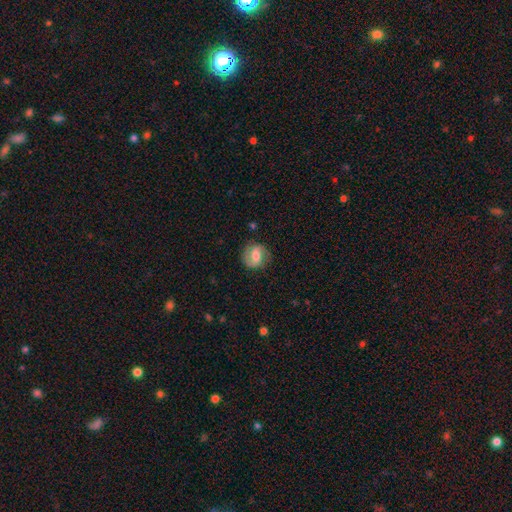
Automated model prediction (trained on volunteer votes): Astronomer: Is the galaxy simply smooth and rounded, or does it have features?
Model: featured or disk — 56% (runner-up: smooth, 37%).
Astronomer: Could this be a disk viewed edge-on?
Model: no — 97%.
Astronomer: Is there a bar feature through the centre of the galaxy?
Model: weak — 47% (runner-up: no, 28%).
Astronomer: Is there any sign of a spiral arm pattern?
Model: yes — 84%.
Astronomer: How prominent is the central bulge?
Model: moderate — 65%.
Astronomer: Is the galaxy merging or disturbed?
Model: none — 80%.